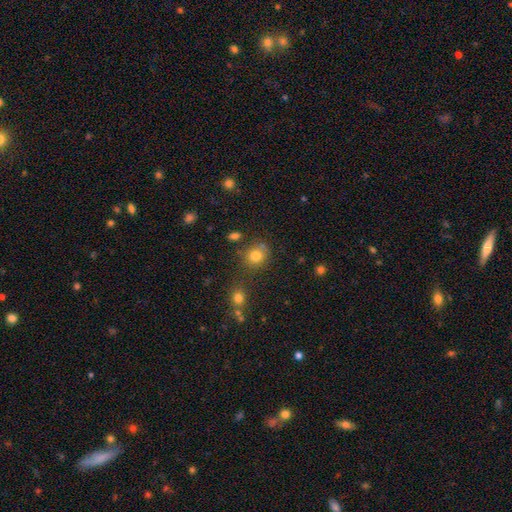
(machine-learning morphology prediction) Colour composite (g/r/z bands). It shows a smooth galaxy with no disk features (79%) that is round (79%). Merging: none (69%).